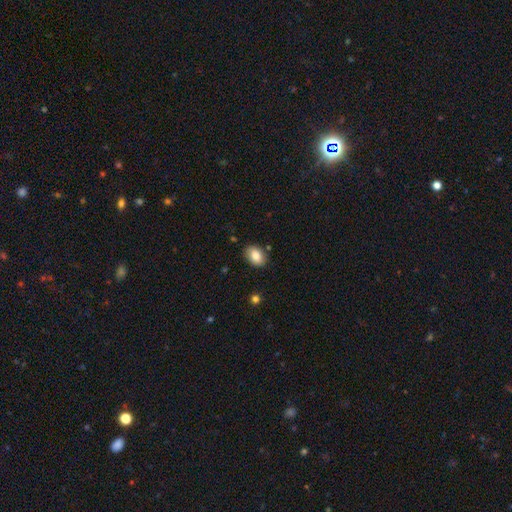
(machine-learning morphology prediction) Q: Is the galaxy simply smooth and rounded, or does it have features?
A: smooth — 84%.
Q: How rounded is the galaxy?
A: in between — 85%.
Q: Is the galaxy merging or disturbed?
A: none — 85%.